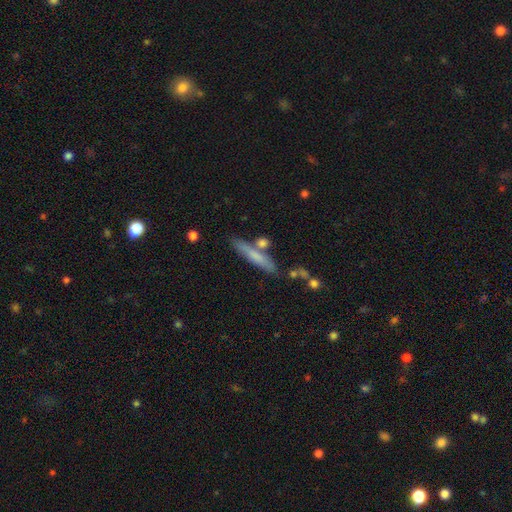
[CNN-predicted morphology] This is likely a smooth galaxy (65%). How rounded: clearly cigar-shaped (90%). Merging: likely none (74%).